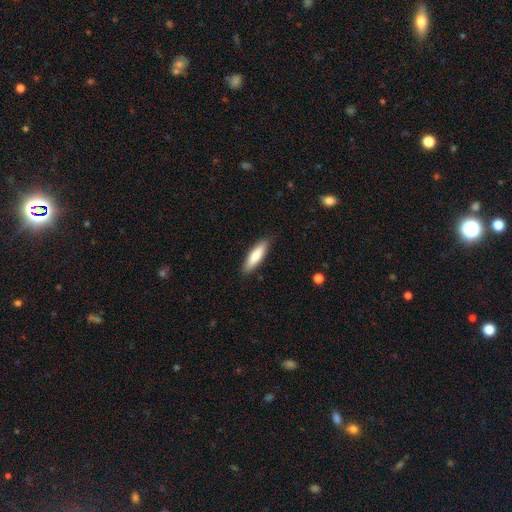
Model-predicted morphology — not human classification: Smooth or featured: smooth — 78% (featured or disk — 16%)
How rounded: cigar-shaped — 65% (in between — 33%)
Merging: none — 88% (minor disturbance — 9%)